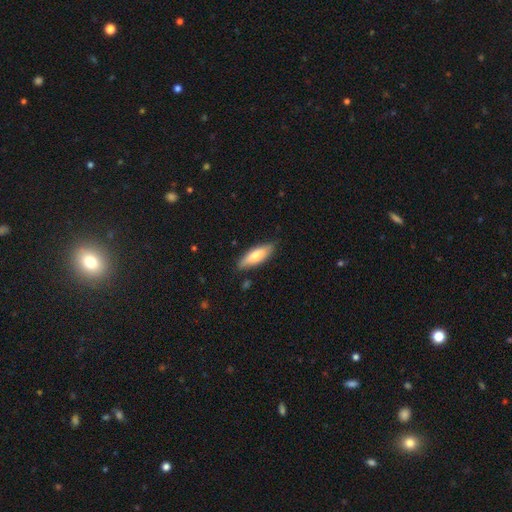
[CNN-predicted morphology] A smooth galaxy with no disk features (73%) that is in between round and cigar-shaped (55%).

Vote fractions:
- Smooth or featured? smooth: 73% / featured or disk: 22% / star or artifact: 6%
- How rounded? in between: 55% / cigar-shaped: 43% / round: 2%
- Merging? none: 82% / minor disturbance: 15% / major disturbance: 2% / merger: 1%